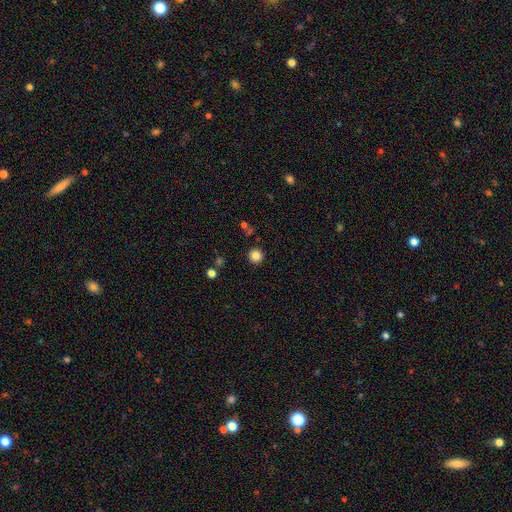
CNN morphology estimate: smooth-or-featured: smooth: 84% | star or artifact: 12% | featured or disk: 4%
  how-rounded: round: 95% | in between: 4% | cigar-shaped: 1%
  merging: none: 90% | minor disturbance: 5% | merger: 2% | major disturbance: 2%